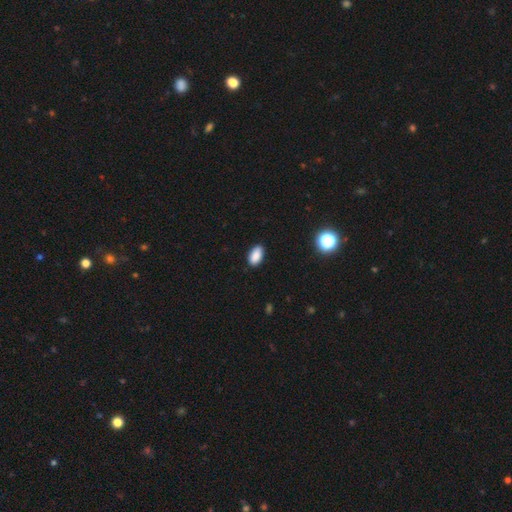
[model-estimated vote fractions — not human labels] Morphology: type=smooth (87%); roundness=in between (93%); merging=none (87%).